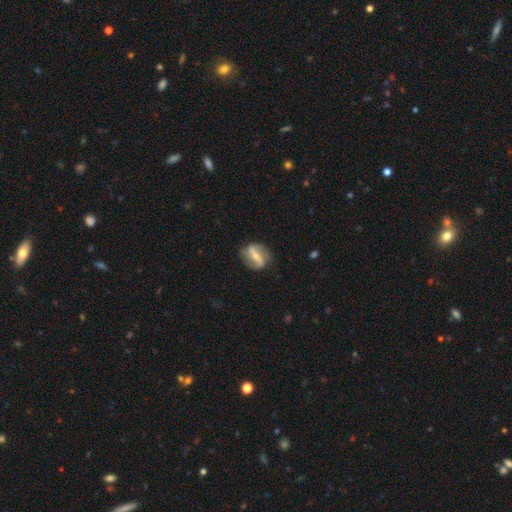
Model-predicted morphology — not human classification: Q: Smooth or featured?
A: featured or disk (75%); runner-up: smooth (18%)
Q: Edge-on disk?
A: no (92%); runner-up: yes (8%)
Q: Bar?
A: strong (70%); runner-up: weak (21%)
Q: Spiral arms?
A: yes (80%); runner-up: no (20%)
Q: Spiral winding?
A: loose (61%); runner-up: medium (26%)
Q: Spiral arm count?
A: 2 (88%); runner-up: can't tell (6%)
Q: Bulge size?
A: small (59%); runner-up: moderate (29%)
Q: Merging?
A: none (79%); runner-up: minor disturbance (14%)